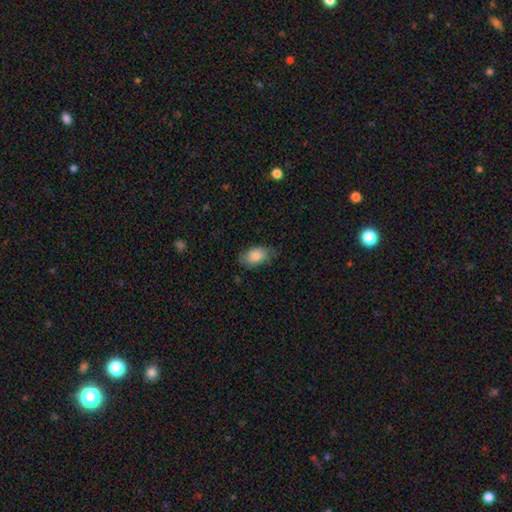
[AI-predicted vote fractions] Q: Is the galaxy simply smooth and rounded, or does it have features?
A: smooth — 85%.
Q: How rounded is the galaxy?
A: in between — 91%.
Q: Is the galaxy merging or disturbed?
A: none — 73%.